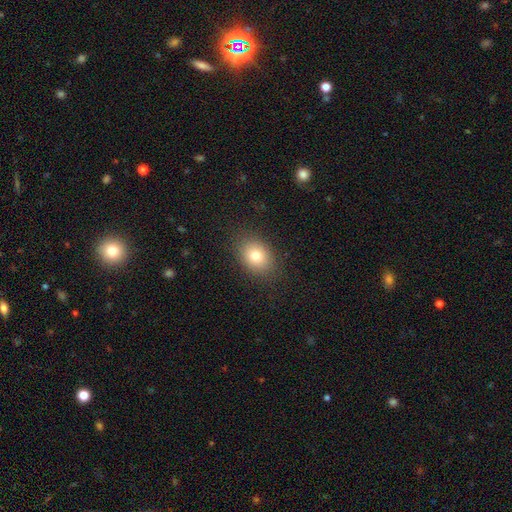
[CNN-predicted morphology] smooth_or_featured: smooth (p=0.78) [alt: star or artifact p=0.11]
how_rounded: in between (p=0.61) [alt: round p=0.38]
merging: none (p=0.86) [alt: minor disturbance p=0.10]